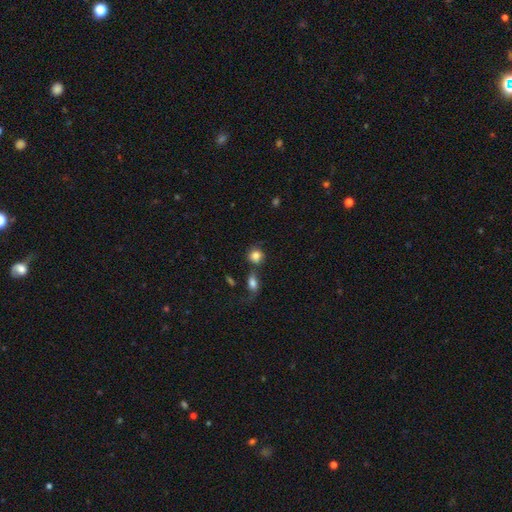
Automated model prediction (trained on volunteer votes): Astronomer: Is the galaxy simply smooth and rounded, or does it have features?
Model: smooth — 82%.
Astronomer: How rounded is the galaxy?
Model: round — 84%.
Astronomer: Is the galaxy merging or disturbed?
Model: none — 59%.